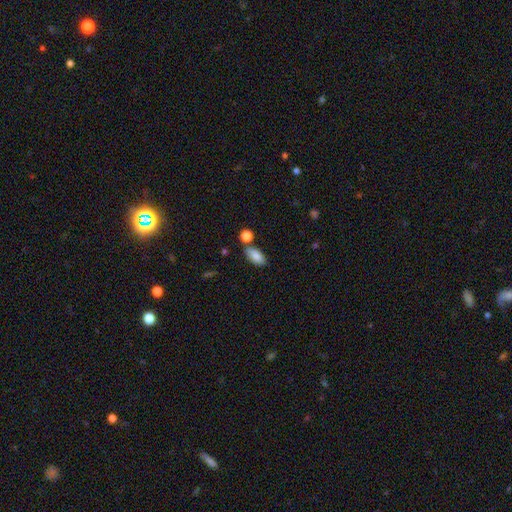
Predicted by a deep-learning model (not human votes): Smooth or featured: smooth — 85% (featured or disk — 8%)
How rounded: in between — 90% (cigar-shaped — 6%)
Merging: none — 74% (minor disturbance — 13%)